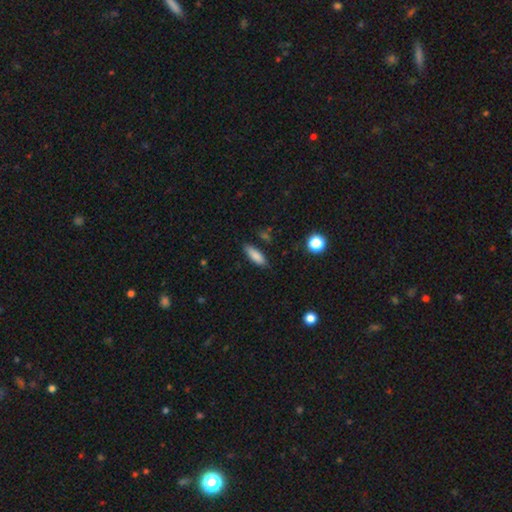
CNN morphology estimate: A smooth galaxy with no disk features (85%) that is in between round and cigar-shaped (51%). Merging: none (82%).